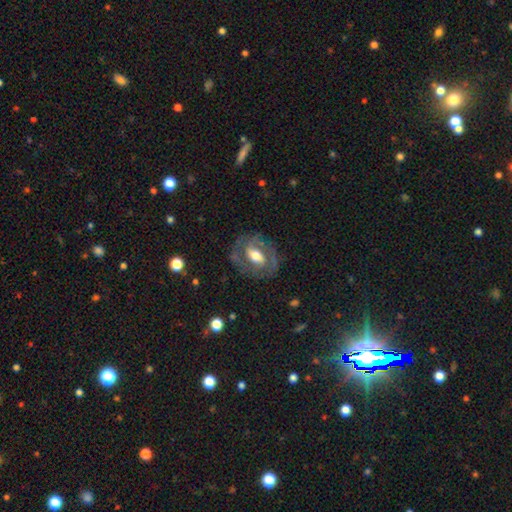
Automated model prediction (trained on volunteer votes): A featured or disk galaxy (72%) with a weak bar (40%), 2 (75%) medium (45%) spiral arms (76%) and a moderate central bulge (61%). Merging: none (74%).